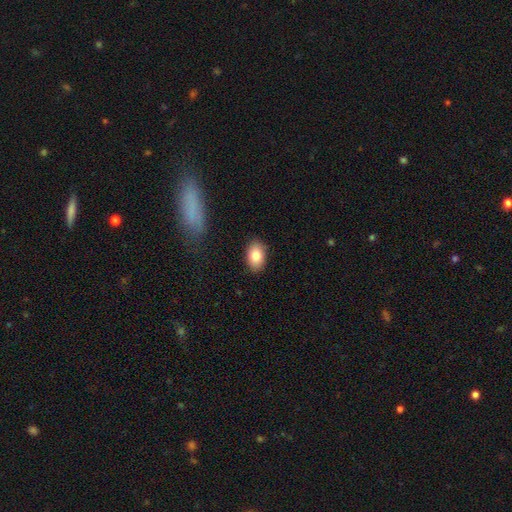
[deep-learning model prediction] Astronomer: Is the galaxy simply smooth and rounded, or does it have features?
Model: smooth — 84%.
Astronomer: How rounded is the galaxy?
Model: in between — 87%.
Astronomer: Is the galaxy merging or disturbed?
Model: none — 87%.